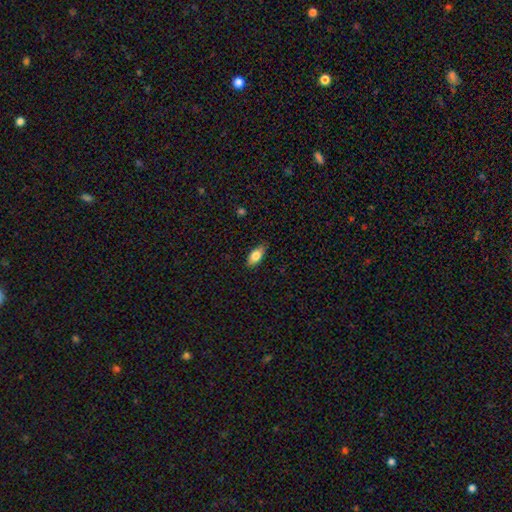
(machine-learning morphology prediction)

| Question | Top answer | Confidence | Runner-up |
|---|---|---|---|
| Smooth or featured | smooth | 78% | featured or disk (14%) |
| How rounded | in between | 87% | cigar-shaped (10%) |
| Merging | none | 83% | minor disturbance (14%) |